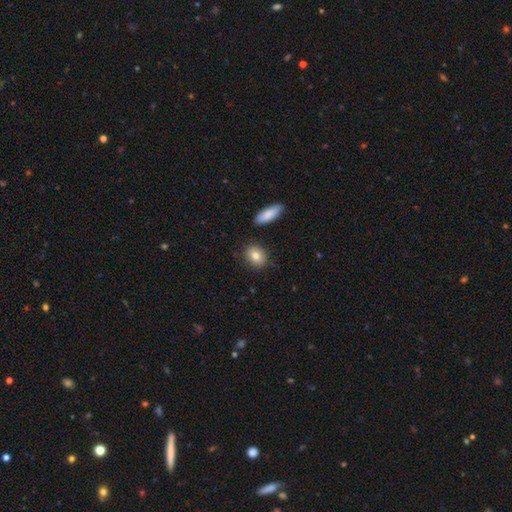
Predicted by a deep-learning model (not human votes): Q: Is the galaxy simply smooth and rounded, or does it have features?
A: smooth — 79%.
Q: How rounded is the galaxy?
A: in between — 56%.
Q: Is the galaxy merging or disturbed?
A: none — 84%.